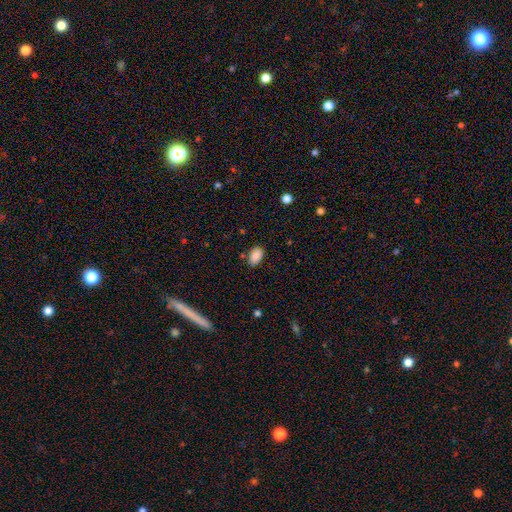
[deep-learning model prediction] Overall: smooth (88%). How rounded: in between (90%). Merging: none (79%).